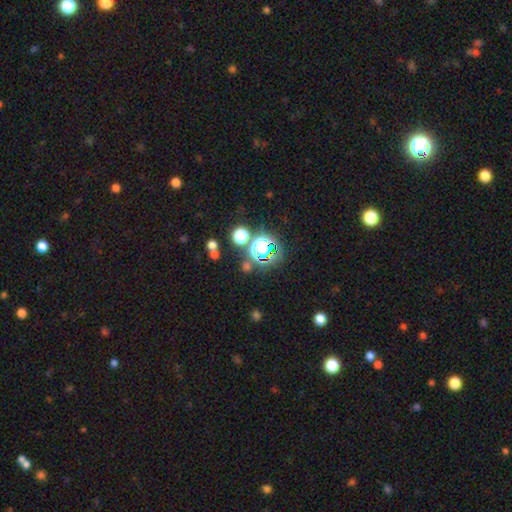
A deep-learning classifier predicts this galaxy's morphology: Overall: star or artifact (76%).